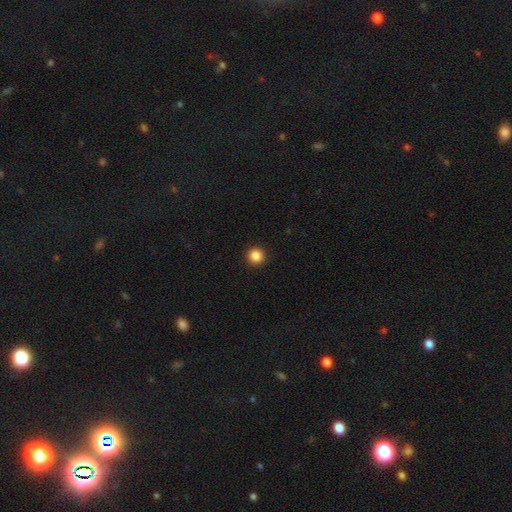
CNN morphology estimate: This appears to be a smooth galaxy with no disk features (86%) that is round (95%). Merging: none (93%).